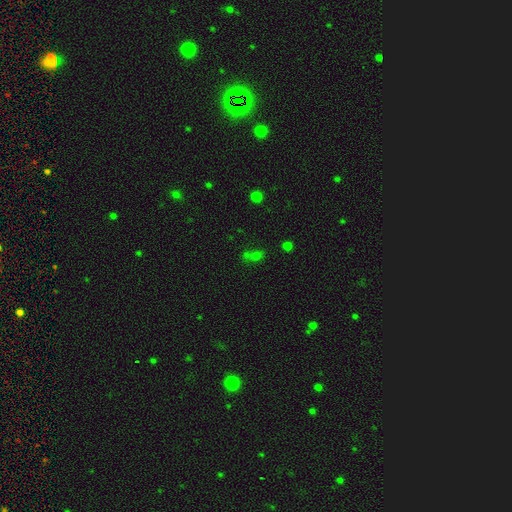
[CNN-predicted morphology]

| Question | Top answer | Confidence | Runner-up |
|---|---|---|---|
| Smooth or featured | smooth | 55% | star or artifact (35%) |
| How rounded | in between | 51% | round (45%) |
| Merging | none | 46% | merger (31%) |